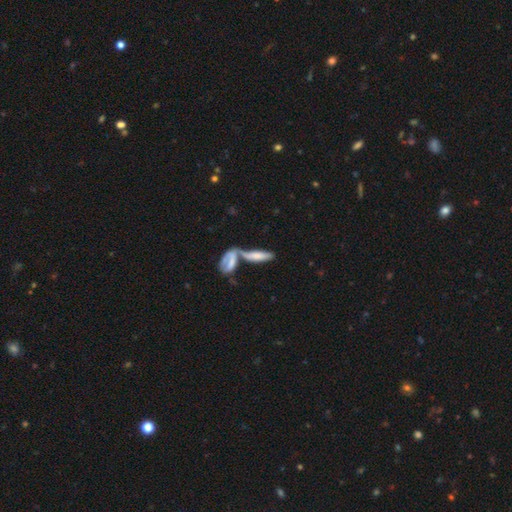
smooth-or-featured: smooth: 69% | featured or disk: 28% | star or artifact: 3%
  how-rounded: in between: 67% | cigar-shaped: 33% | round: 0%
  merging: merger: 82% | minor disturbance: 11% | major disturbance: 5% | none: 3%